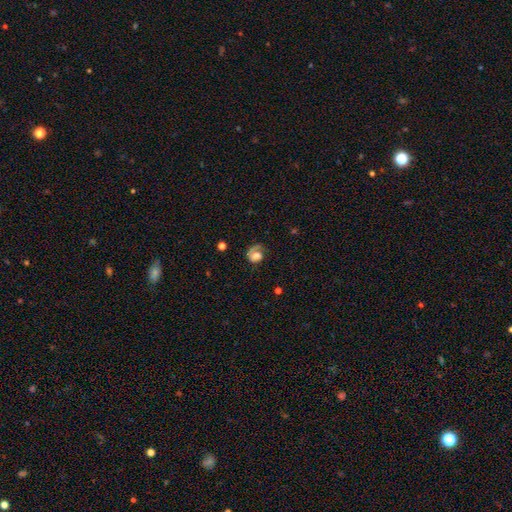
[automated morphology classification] Smooth or featured?
  - featured or disk: 49% *
  - smooth: 41%
  - star or artifact: 10%
Merging?
  - none: 43% *
  - major disturbance: 33%
  - minor disturbance: 20%
  - merger: 4%